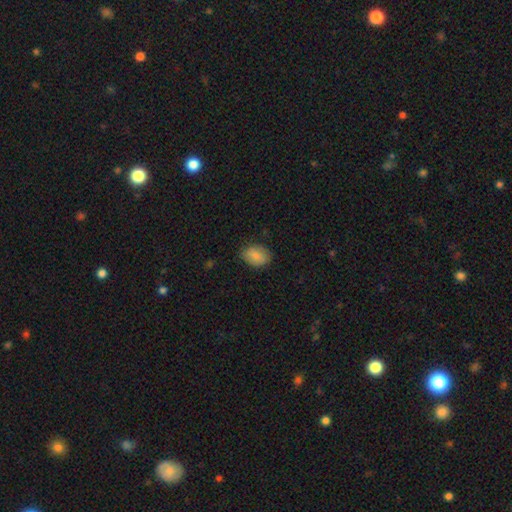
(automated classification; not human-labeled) The model was most divided on "how rounded": in between: 75%, round: 23%, cigar-shaped: 1%. More confident: smooth or featured — smooth (83%); merging — none (79%).